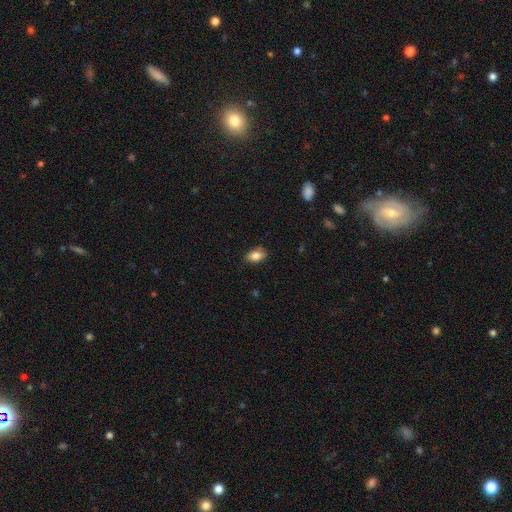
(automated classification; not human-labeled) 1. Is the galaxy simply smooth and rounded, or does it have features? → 85% smooth, 8% star or artifact, 7% featured or disk.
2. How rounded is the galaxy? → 89% in between, 8% round, 3% cigar-shaped.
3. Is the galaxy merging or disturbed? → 83% none, 13% minor disturbance, 2% major disturbance, 1% merger.